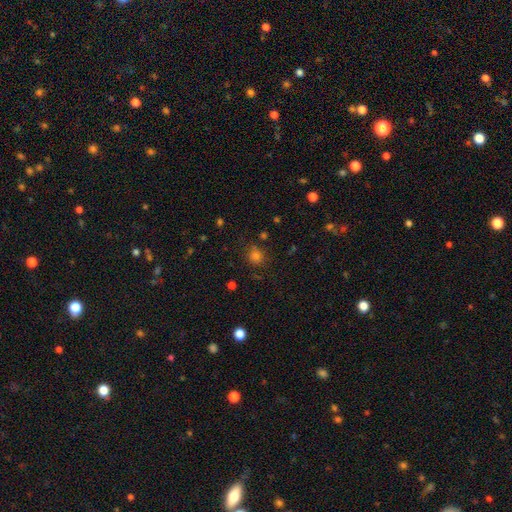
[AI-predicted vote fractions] This is likely a smooth galaxy (72%). How rounded: clearly round (82%). Merging: likely none (77%).